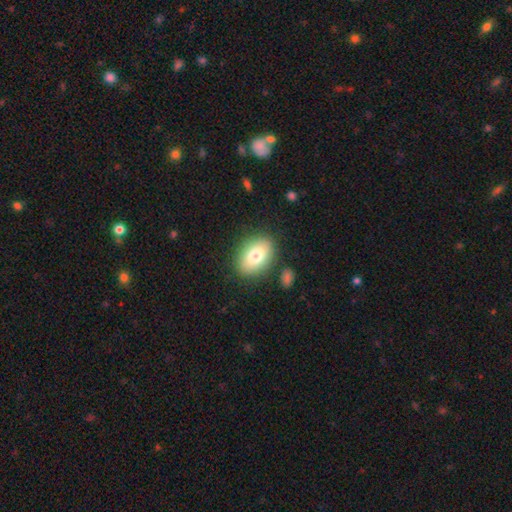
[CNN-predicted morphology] Q: Smooth or featured?
A: smooth (77%); runner-up: featured or disk (16%)
Q: How rounded?
A: in between (85%); runner-up: round (13%)
Q: Merging?
A: none (83%); runner-up: minor disturbance (10%)